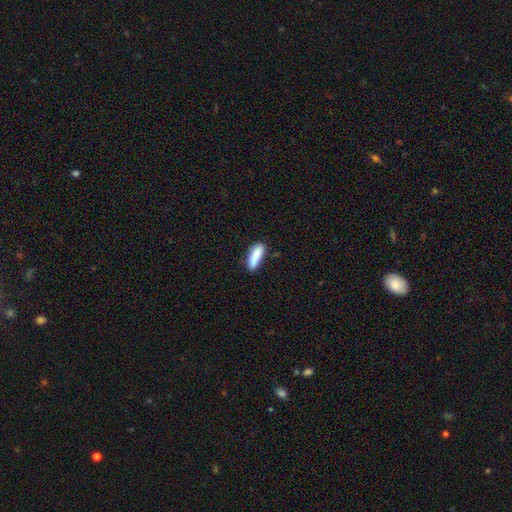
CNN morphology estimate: smooth-or-featured: smooth: 87% | featured or disk: 7% | star or artifact: 6%
  how-rounded: cigar-shaped: 54% | in between: 44% | round: 2%
  merging: none: 76% | minor disturbance: 17% | merger: 4% | major disturbance: 3%